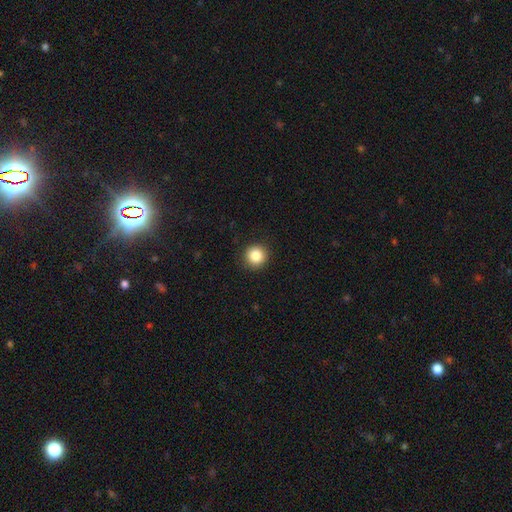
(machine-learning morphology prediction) This appears to be a smooth galaxy with no disk features (86%) that is round (94%). Merging: none (91%).